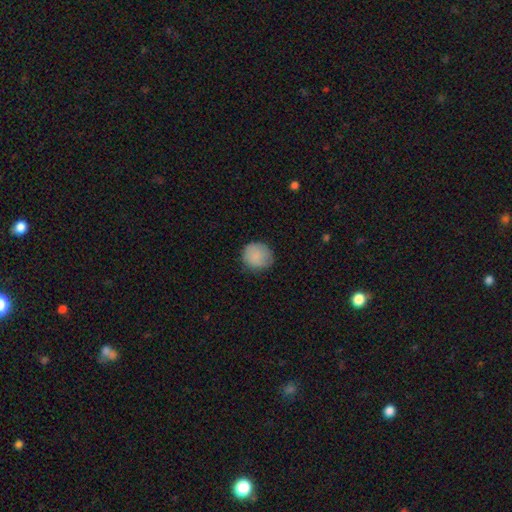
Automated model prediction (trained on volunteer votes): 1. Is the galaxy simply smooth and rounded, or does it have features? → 86% smooth, 7% star or artifact, 7% featured or disk.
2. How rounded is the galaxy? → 88% round, 11% in between, 1% cigar-shaped.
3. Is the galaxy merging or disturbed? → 79% none, 17% minor disturbance, 4% major disturbance, 1% merger.